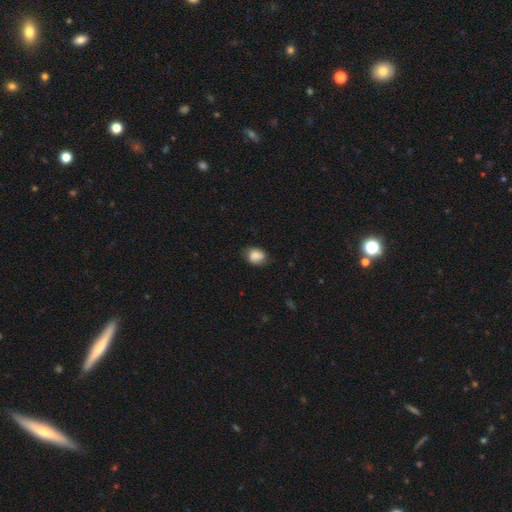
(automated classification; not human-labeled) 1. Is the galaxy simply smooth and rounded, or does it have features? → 78% smooth, 14% featured or disk, 8% star or artifact.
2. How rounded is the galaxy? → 63% in between, 35% round, 1% cigar-shaped.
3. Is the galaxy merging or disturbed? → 68% none, 25% minor disturbance, 6% major disturbance, 1% merger.